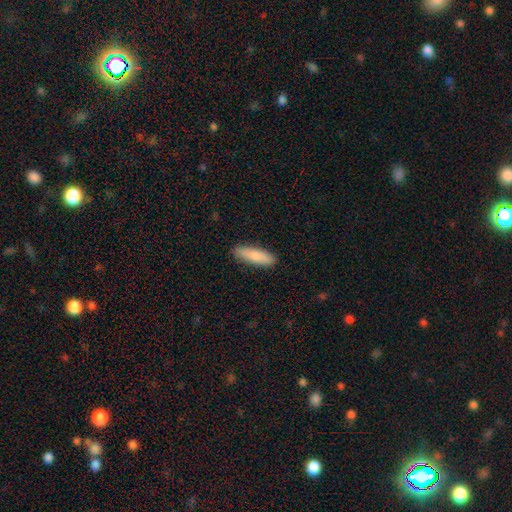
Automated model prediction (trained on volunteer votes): Smooth or featured? Predicted: smooth (p=0.82). How rounded? Predicted: cigar-shaped (p=0.57). Merging? Predicted: none (p=0.88).